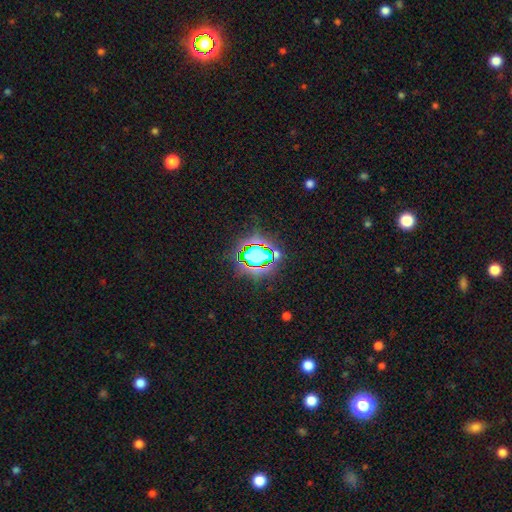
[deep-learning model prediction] Smooth or featured?
  - star or artifact: 65% *
  - smooth: 23%
  - featured or disk: 12%